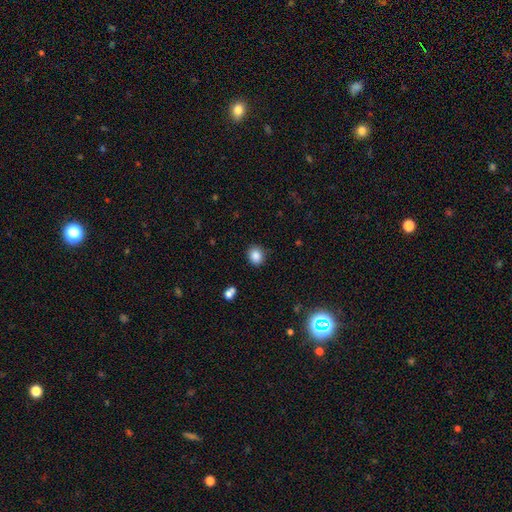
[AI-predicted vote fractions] The model was most divided on "how rounded": round: 72%, in between: 27%, cigar-shaped: 1%. More confident: smooth or featured — smooth (86%); merging — none (86%).